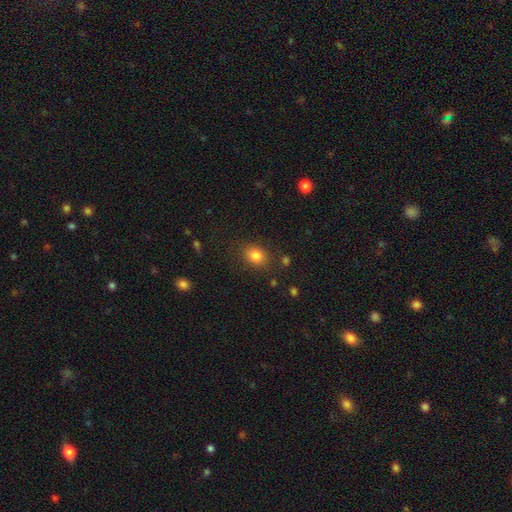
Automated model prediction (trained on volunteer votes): Smooth or featured?
  - smooth: 82% *
  - star or artifact: 11%
  - featured or disk: 7%
How rounded?
  - in between: 51% *
  - round: 48%
  - cigar-shaped: 1%
Merging?
  - none: 82% *
  - minor disturbance: 12%
  - major disturbance: 4%
  - merger: 2%